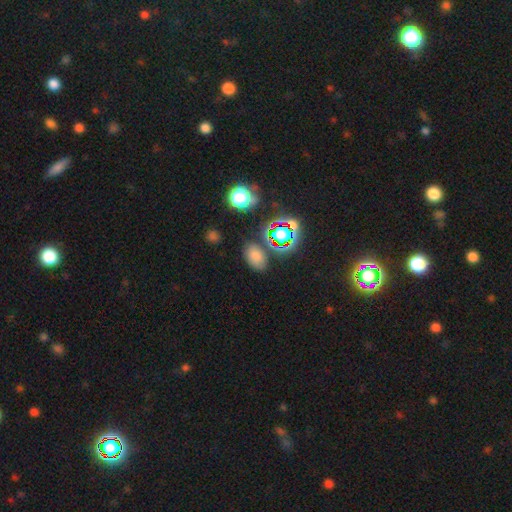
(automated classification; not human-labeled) Morphology: type=smooth (66%); roundness=in between (82%); merging=none (76%).